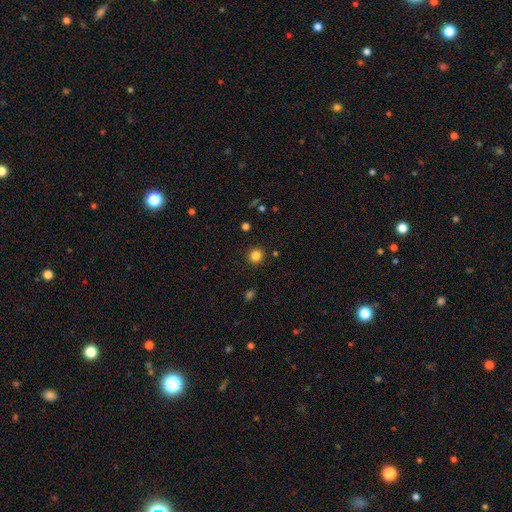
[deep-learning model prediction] A smooth galaxy with no disk features (84%) that is round (91%). Merging: none (91%).